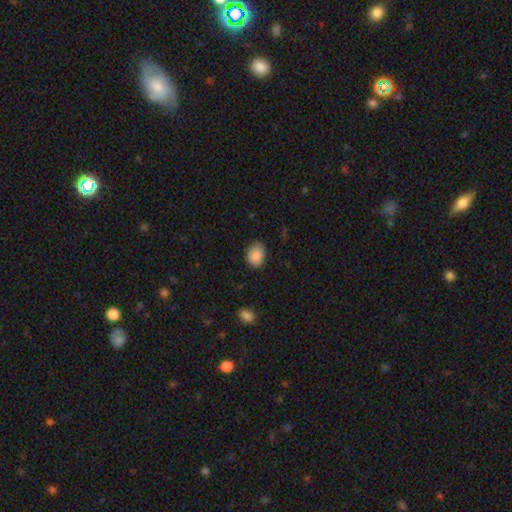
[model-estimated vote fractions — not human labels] Overall: smooth (88%). How rounded: in between (71%). Merging: none (79%).